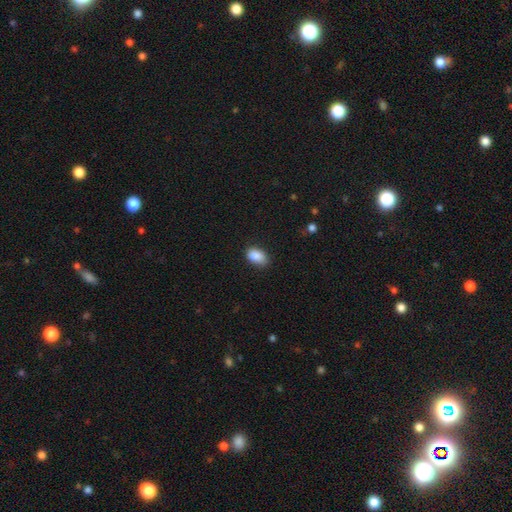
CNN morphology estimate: Overall: smooth (88%). How rounded: in between (88%). Merging: none (73%).